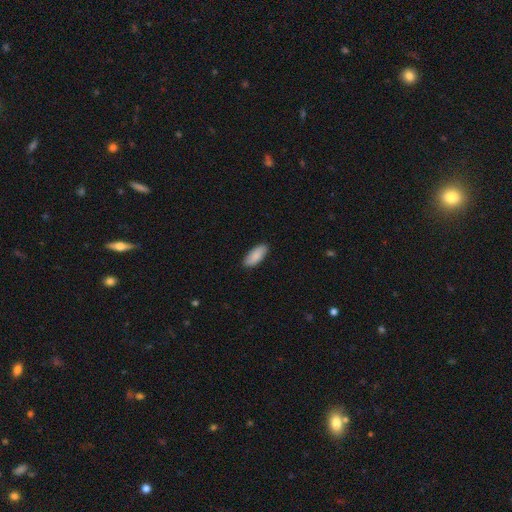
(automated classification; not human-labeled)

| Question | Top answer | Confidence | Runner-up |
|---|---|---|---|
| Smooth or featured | smooth | 89% | star or artifact (5%) |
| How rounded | in between | 83% | cigar-shaped (16%) |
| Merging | none | 88% | minor disturbance (9%) |